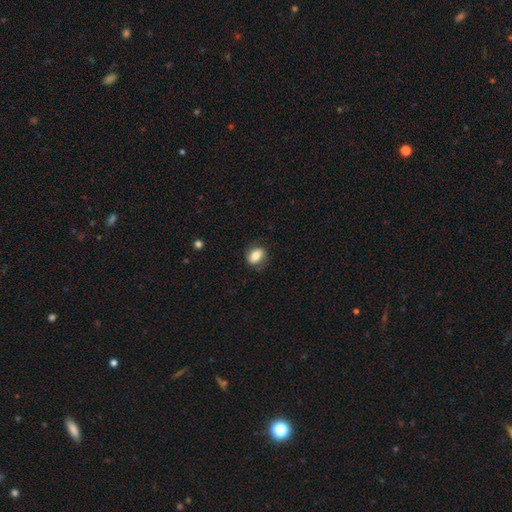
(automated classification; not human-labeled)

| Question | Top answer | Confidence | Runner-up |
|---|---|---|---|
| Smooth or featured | smooth | 76% | featured or disk (16%) |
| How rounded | in between | 72% | round (27%) |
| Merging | none | 76% | minor disturbance (17%) |